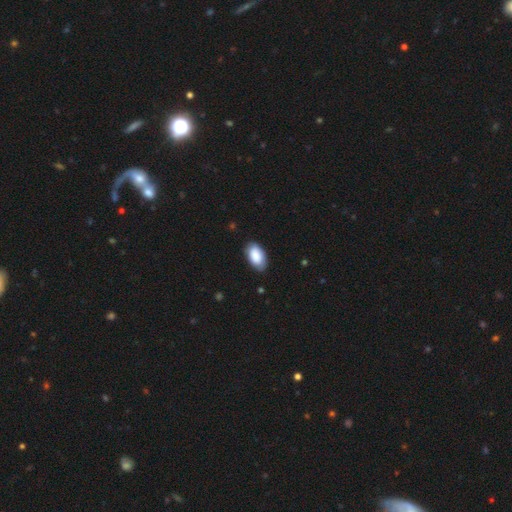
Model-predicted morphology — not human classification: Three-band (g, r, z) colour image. It shows a smooth galaxy with no disk features (86%) that is in between round and cigar-shaped (95%). Merging: none (78%).